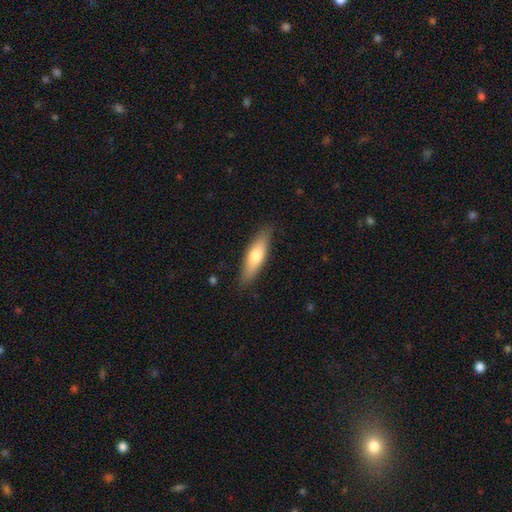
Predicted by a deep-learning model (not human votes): smooth-or-featured: smooth: 67% | featured or disk: 28% | star or artifact: 5%
  how-rounded: cigar-shaped: 57% | in between: 41% | round: 2%
  merging: none: 84% | minor disturbance: 12% | major disturbance: 2% | merger: 1%